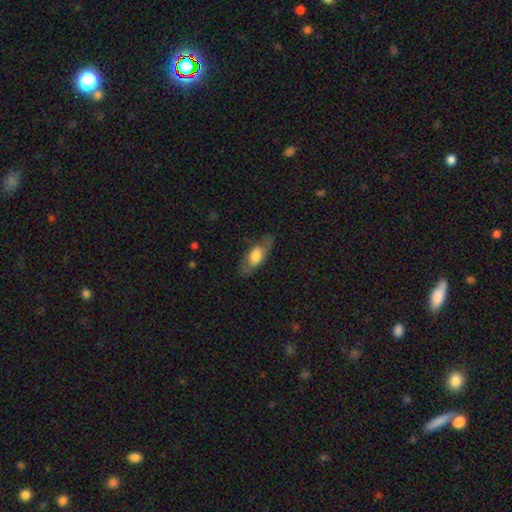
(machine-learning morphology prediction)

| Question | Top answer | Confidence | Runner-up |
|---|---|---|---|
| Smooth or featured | smooth | 56% | featured or disk (37%) |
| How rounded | in between | 73% | cigar-shaped (23%) |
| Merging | none | 70% | minor disturbance (20%) |